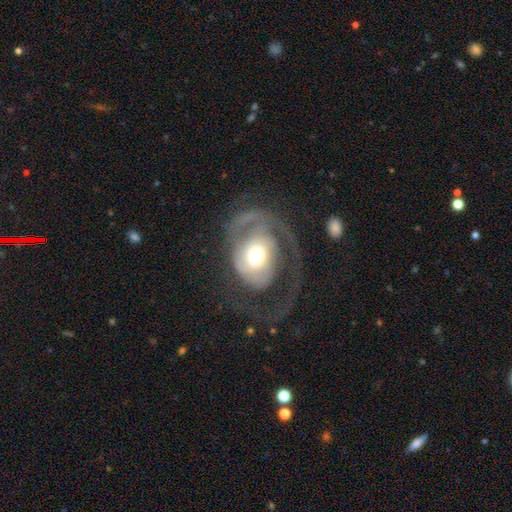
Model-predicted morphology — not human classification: This appears to be a featured or disk galaxy (75%) with no bar (70%), 1 (54%) medium (38%) spiral arms (85%) and a moderate central bulge (59%). Merging: major disturbance (53%).